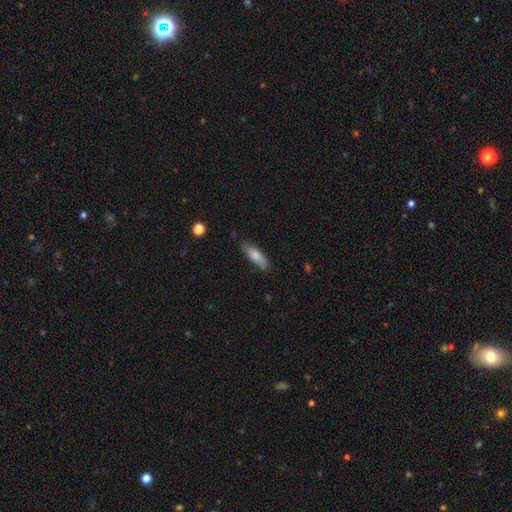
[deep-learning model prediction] smooth-or-featured: smooth: 78% | featured or disk: 15% | star or artifact: 6%
  how-rounded: in between: 52% | cigar-shaped: 46% | round: 2%
  merging: none: 70% | minor disturbance: 24% | major disturbance: 5% | merger: 2%